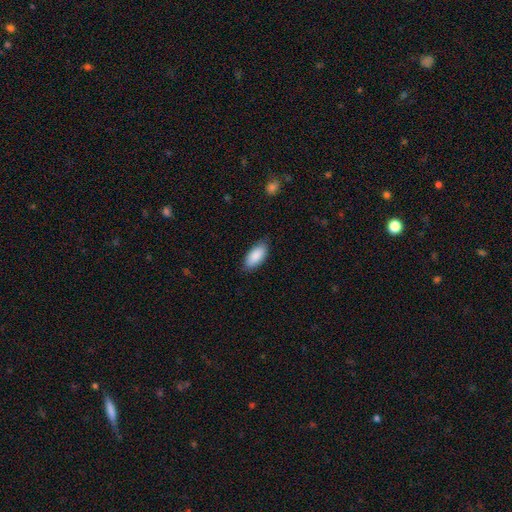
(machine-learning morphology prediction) Smooth or featured? smooth (89%)
How rounded? in between (90%)
Merging? none (83%)